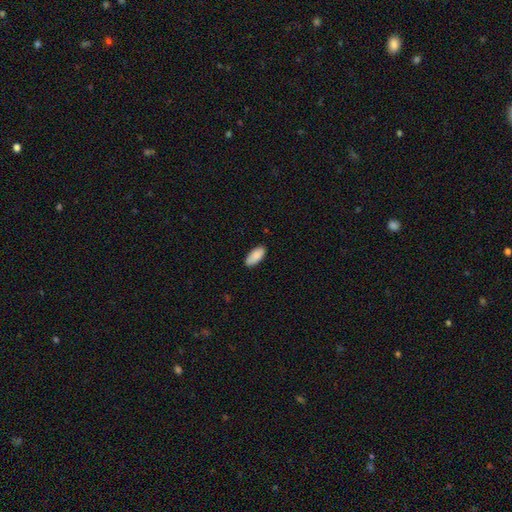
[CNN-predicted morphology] This is clearly a smooth galaxy (90%). How rounded: clearly in between (90%). Merging: clearly none (87%).